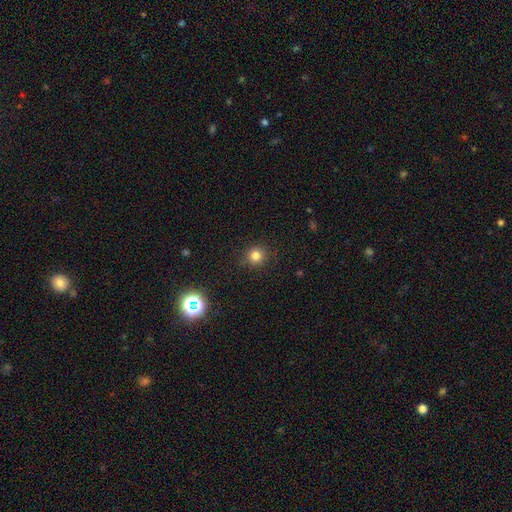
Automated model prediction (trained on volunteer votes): This is clearly a smooth galaxy (80%). How rounded: clearly round (92%). Merging: clearly none (89%).